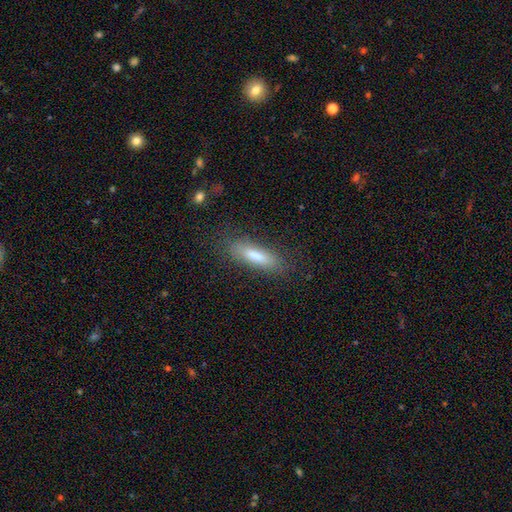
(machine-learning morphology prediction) Smooth or featured? smooth (76%)
How rounded? cigar-shaped (60%)
Merging? none (80%)